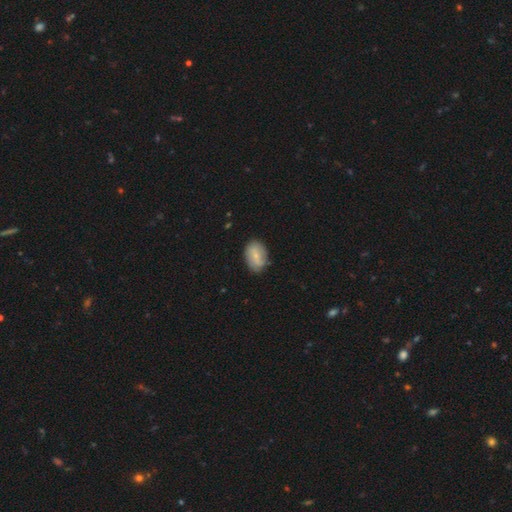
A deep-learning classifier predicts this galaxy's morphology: A smooth galaxy with no disk features (65%) that is in between round and cigar-shaped (85%). Merging: none (77%).